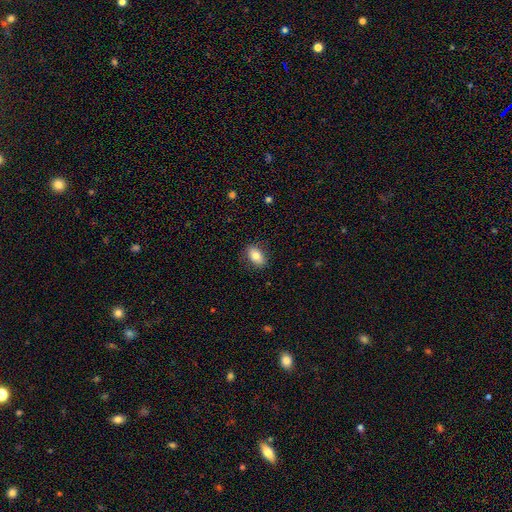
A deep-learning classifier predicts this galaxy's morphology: smooth 79%, featured or disk 13%, star or artifact 8%. Down the decision tree: how rounded — in between (86%); merging — none (85%).